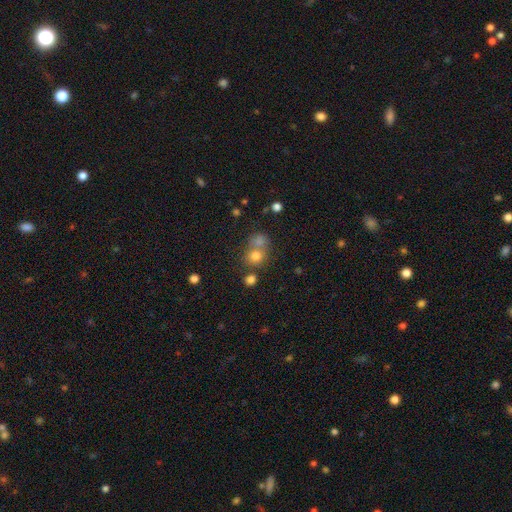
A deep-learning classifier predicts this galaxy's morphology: Overall: smooth (75%). How rounded: round (79%). Merging: none (46%; merger 42%).